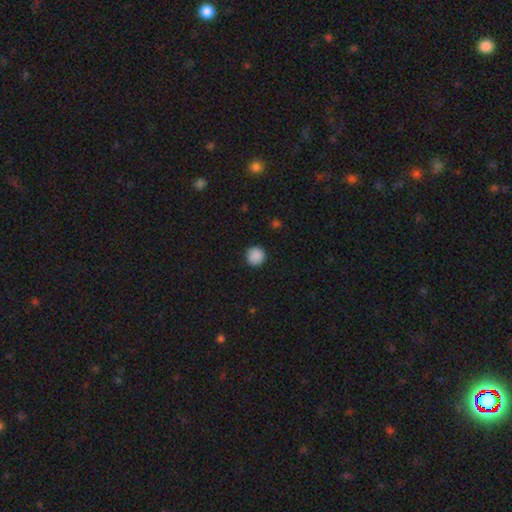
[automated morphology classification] Smooth or featured? smooth (89%)
How rounded? round (95%)
Merging? none (92%)